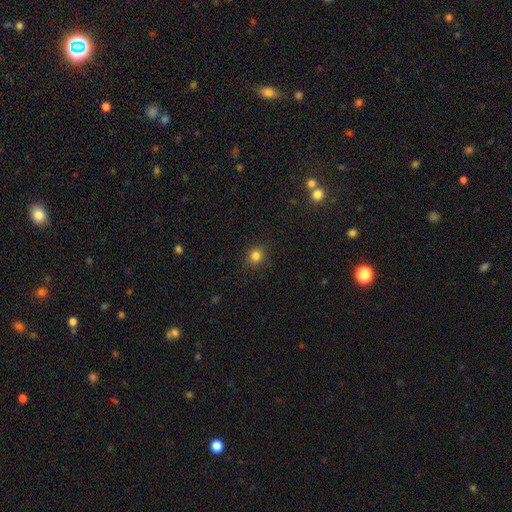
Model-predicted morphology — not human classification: smooth 83%, star or artifact 12%, featured or disk 5%. Down the decision tree: how rounded — round (80%); merging — none (90%).